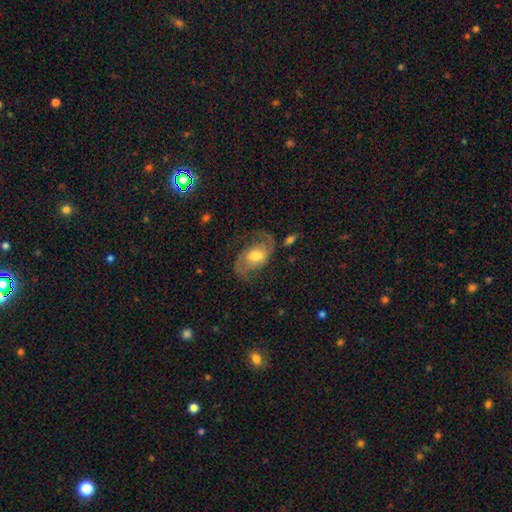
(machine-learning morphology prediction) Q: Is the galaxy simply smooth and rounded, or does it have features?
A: featured or disk — 78%.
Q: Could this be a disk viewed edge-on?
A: no — 97%.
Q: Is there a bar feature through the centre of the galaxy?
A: no — 50%.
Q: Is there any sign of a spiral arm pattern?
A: yes — 93%.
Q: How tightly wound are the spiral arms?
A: medium — 46%.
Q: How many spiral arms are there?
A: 2 — 91%.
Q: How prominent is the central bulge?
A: moderate — 66%.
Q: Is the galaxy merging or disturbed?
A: none — 69%.